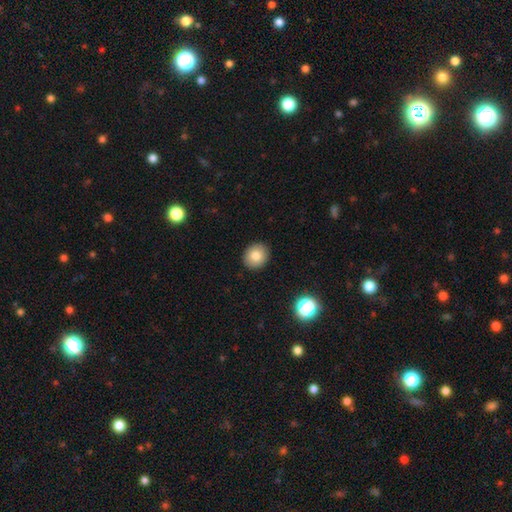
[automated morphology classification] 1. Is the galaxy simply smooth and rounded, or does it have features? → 81% smooth, 10% star or artifact, 9% featured or disk.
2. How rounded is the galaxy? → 74% round, 25% in between, 1% cigar-shaped.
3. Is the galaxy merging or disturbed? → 91% none, 6% minor disturbance, 2% major disturbance, 1% merger.